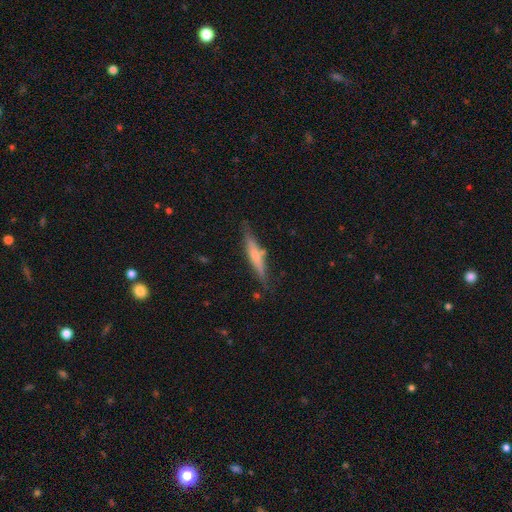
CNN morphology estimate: A smooth galaxy with no disk features (49%). Merging: none (79%).